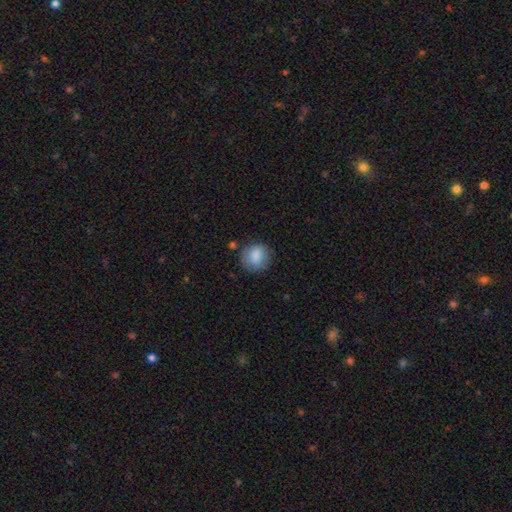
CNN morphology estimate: Smooth or featured? smooth (85%)
How rounded? round (81%)
Merging? none (77%)